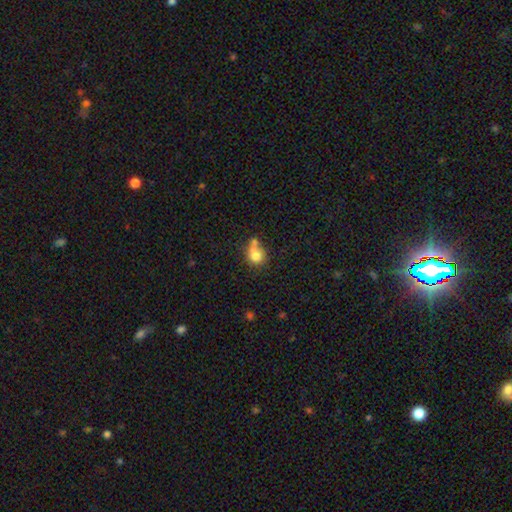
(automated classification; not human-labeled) A smooth galaxy with no disk features (74%) that is round (74%). Merging: merger (44%).